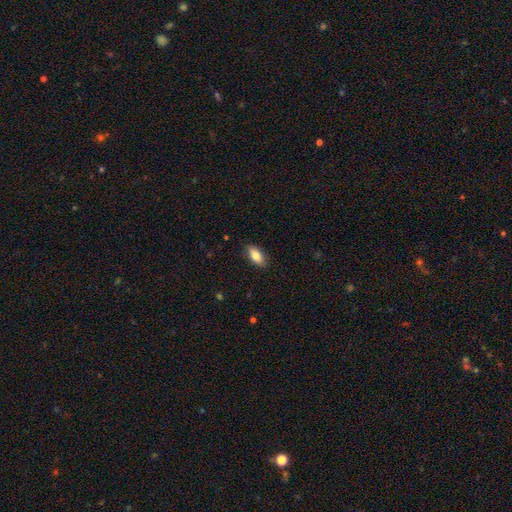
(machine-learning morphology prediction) smooth_or_featured: smooth (p=0.81) [alt: featured or disk p=0.12]
how_rounded: in between (p=0.89) [alt: cigar-shaped p=0.08]
merging: none (p=0.87) [alt: minor disturbance p=0.10]